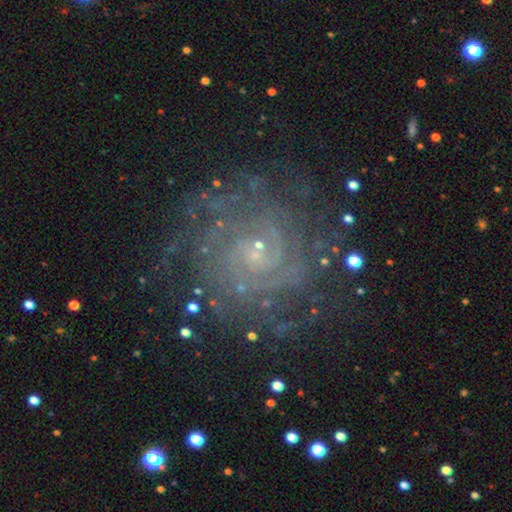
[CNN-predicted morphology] Q: Smooth or featured?
A: featured or disk (82%); runner-up: star or artifact (11%)
Q: Edge-on disk?
A: no (98%); runner-up: yes (2%)
Q: Bar?
A: no (58%); runner-up: weak (34%)
Q: Spiral arms?
A: yes (96%); runner-up: no (4%)
Q: Spiral winding?
A: tight (72%); runner-up: medium (23%)
Q: Spiral arm count?
A: can't tell (37%); runner-up: 2 (16%)
Q: Bulge size?
A: small (79%); runner-up: moderate (12%)
Q: Merging?
A: none (79%); runner-up: minor disturbance (13%)